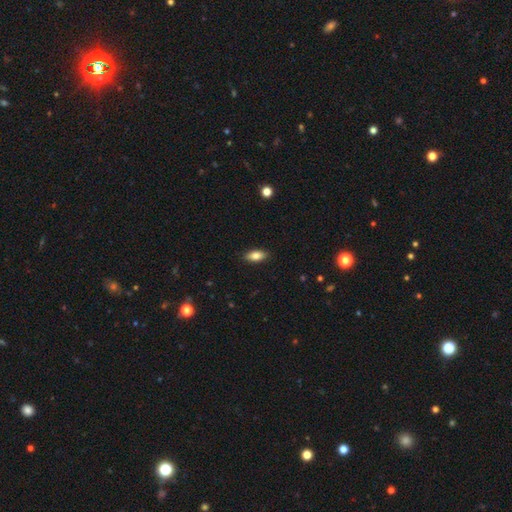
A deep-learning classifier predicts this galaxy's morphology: Smooth or featured? smooth (81%)
How rounded? in between (87%)
Merging? none (88%)